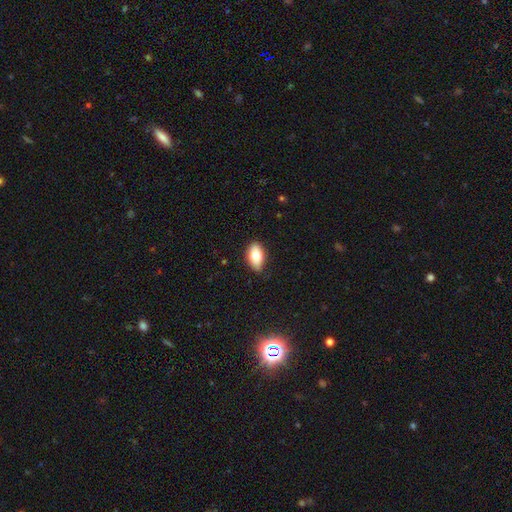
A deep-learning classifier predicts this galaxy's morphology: smooth-or-featured: smooth: 76% | featured or disk: 17% | star or artifact: 7%
  how-rounded: in between: 91% | round: 5% | cigar-shaped: 3%
  merging: none: 82% | minor disturbance: 15% | major disturbance: 2% | merger: 1%